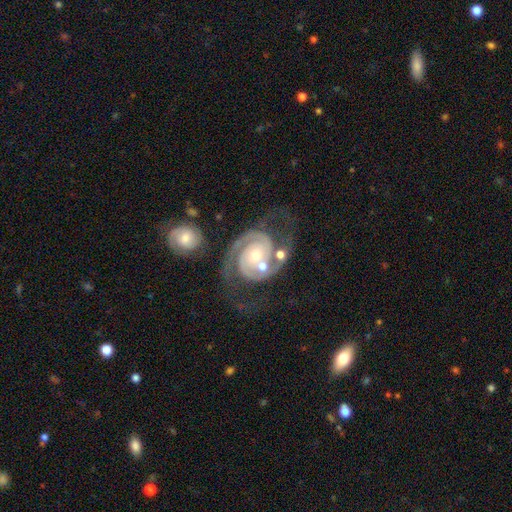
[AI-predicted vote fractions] This is clearly a featured or disk galaxy (92%). It is clearly not viewed edge-on (98%). Bar: likely no (68%). Spiral arm pattern: clearly yes (98%). Spiral arm count: clearly 2 (91%). Spiral winding: possibly tight (50%). Central bulge: possibly small (47%). Merging: possibly none (53%).